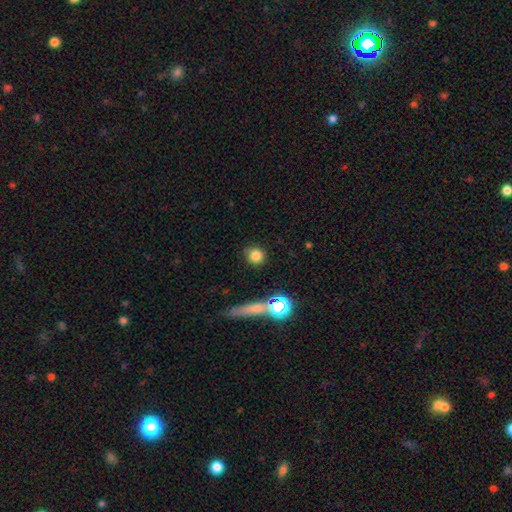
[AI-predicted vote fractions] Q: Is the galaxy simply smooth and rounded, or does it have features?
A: smooth — 80%.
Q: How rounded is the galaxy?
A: round — 91%.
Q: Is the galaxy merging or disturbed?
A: none — 85%.